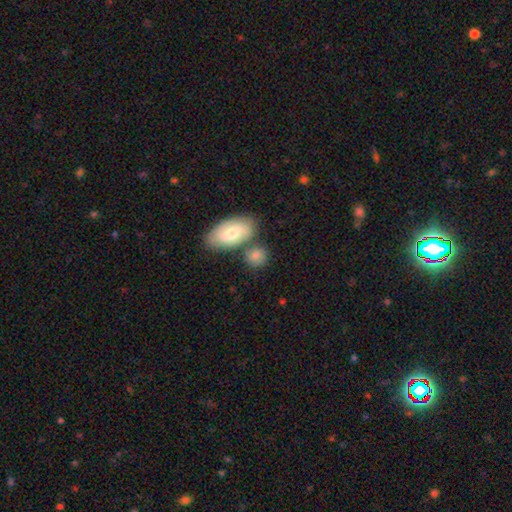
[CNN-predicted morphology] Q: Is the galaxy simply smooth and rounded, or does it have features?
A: smooth — 78%.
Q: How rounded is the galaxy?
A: round — 54%.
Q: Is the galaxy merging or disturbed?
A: none — 61%.